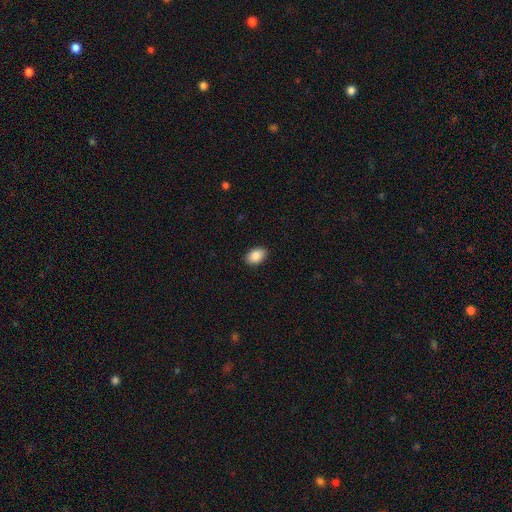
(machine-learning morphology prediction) This appears to be a smooth galaxy with no disk features (89%) that is in between round and cigar-shaped (88%). Merging: none (89%).